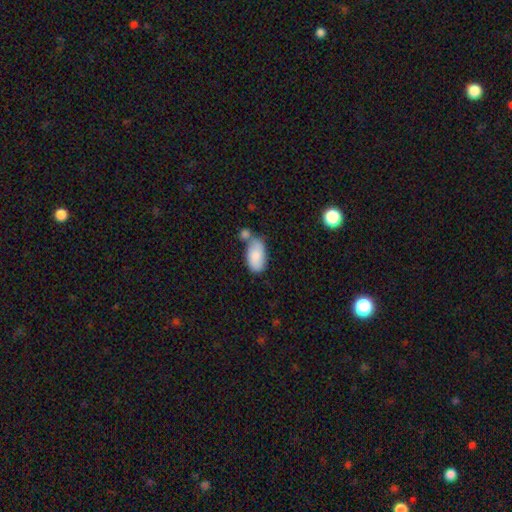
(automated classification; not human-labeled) This is clearly a smooth galaxy (83%). How rounded: clearly in between (95%). Merging: marginally none (44%).